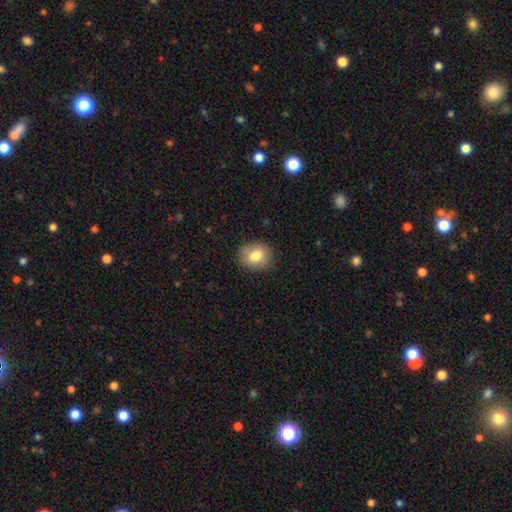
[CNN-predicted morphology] Q: Smooth or featured?
A: smooth (80%); runner-up: featured or disk (12%)
Q: How rounded?
A: round (59%); runner-up: in between (40%)
Q: Merging?
A: none (85%); runner-up: minor disturbance (12%)